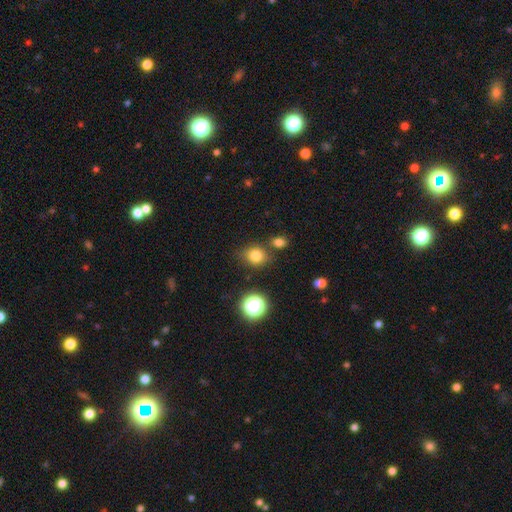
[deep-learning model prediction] Q: Smooth or featured?
A: smooth (78%); runner-up: star or artifact (15%)
Q: How rounded?
A: round (69%); runner-up: in between (30%)
Q: Merging?
A: none (73%); runner-up: minor disturbance (12%)